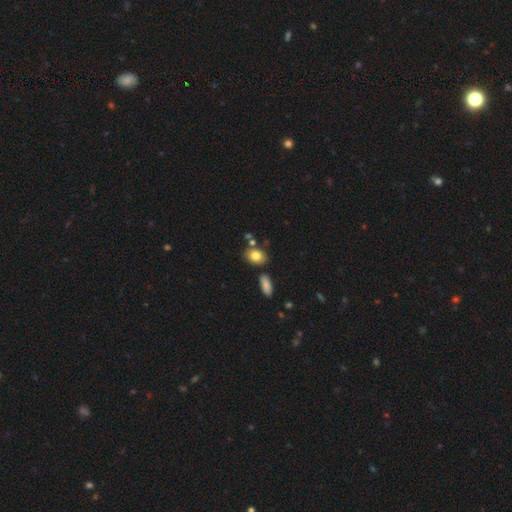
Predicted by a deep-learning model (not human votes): Smooth or featured: smooth — 82% (featured or disk — 10%)
How rounded: in between — 72% (round — 27%)
Merging: none — 72% (minor disturbance — 13%)